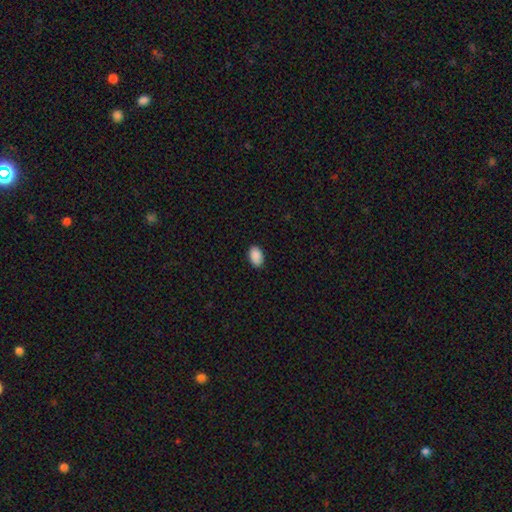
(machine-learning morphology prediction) This appears to be a smooth galaxy with no disk features (91%) that is in between round and cigar-shaped (91%). Merging: none (89%).